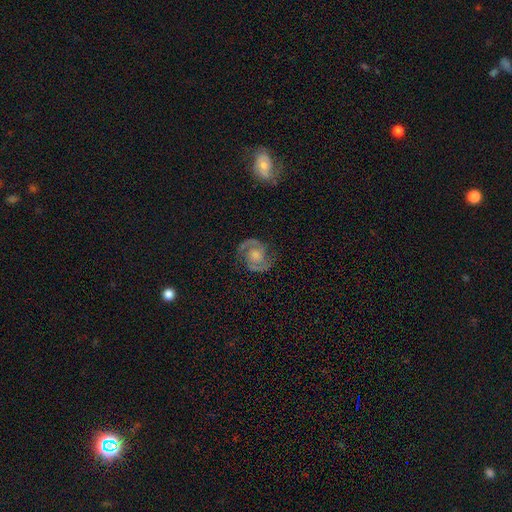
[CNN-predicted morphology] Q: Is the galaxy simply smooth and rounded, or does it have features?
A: featured or disk — 86%.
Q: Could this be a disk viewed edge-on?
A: no — 98%.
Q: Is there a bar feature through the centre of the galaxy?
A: no — 62%.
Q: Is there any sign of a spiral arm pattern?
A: yes — 97%.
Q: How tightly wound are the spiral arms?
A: medium — 54%.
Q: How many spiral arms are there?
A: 2 — 92%.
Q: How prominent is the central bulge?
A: moderate — 41%.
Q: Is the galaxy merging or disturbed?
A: none — 80%.